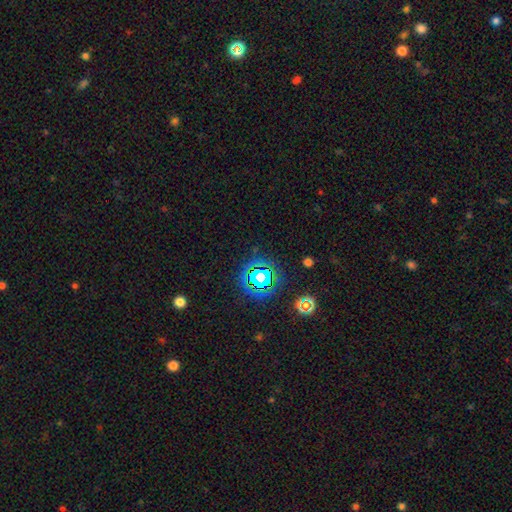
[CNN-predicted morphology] This is likely a star or artifact rather than a galaxy (76%).